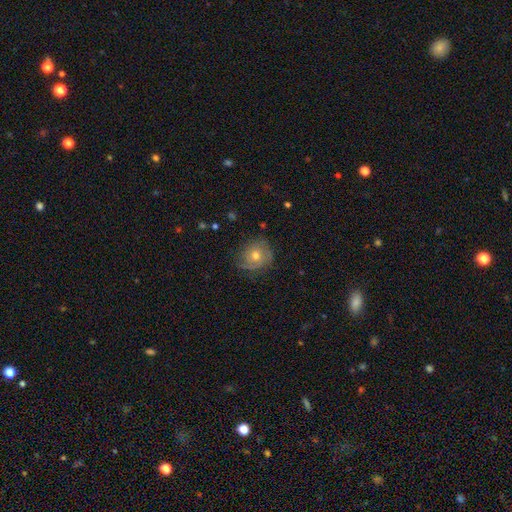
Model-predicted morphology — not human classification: A featured or disk galaxy (47%). Merging: none (73%).